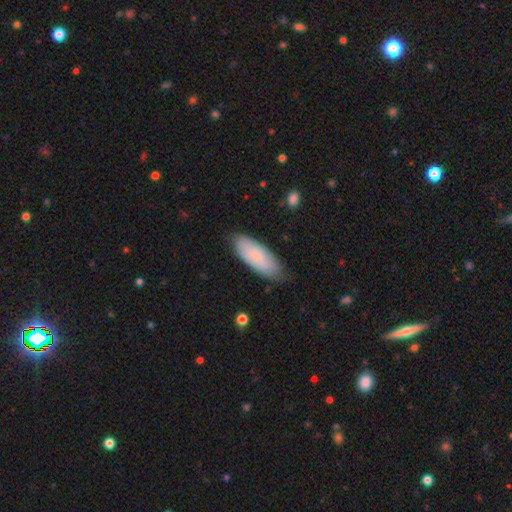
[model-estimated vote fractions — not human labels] Smooth or featured: smooth — 85% (featured or disk — 9%)
How rounded: in between — 75% (cigar-shaped — 23%)
Merging: none — 77% (minor disturbance — 18%)